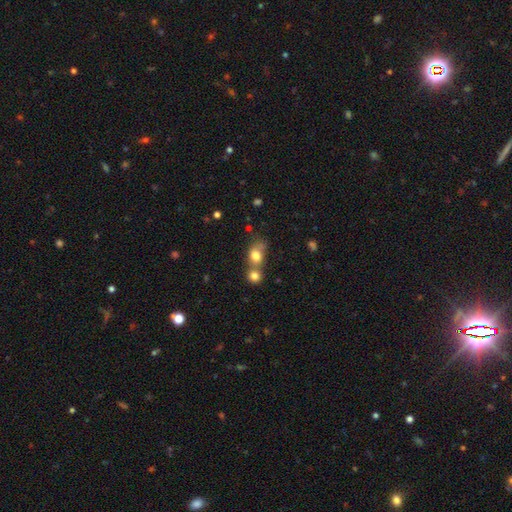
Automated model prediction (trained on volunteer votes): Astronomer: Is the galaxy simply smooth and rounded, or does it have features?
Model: smooth — 79%.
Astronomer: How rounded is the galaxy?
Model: round — 50% (runner-up: in between, 48%).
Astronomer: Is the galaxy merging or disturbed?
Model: merger — 53% (runner-up: none, 31%).